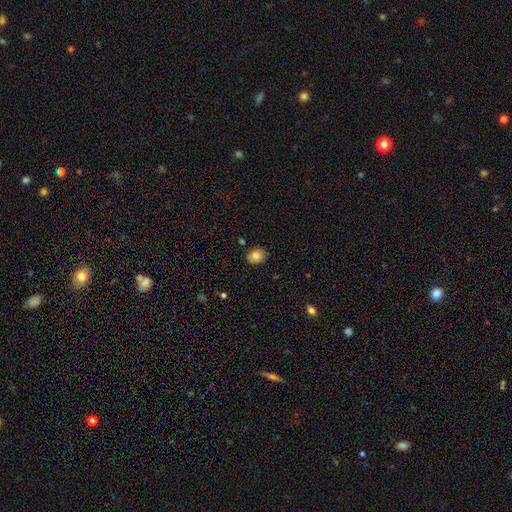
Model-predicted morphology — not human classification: Smooth or featured? Predicted: smooth (p=0.81). How rounded? Predicted: round (p=0.50). Merging? Predicted: none (p=0.86).